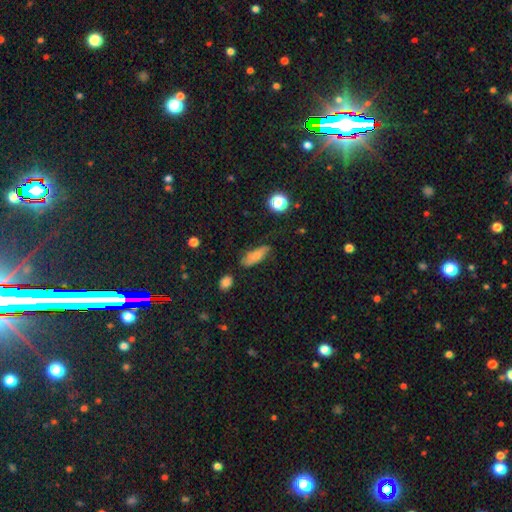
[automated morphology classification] Q: Smooth or featured?
A: smooth (66%); runner-up: featured or disk (25%)
Q: How rounded?
A: in between (67%); runner-up: cigar-shaped (30%)
Q: Merging?
A: none (66%); runner-up: minor disturbance (25%)